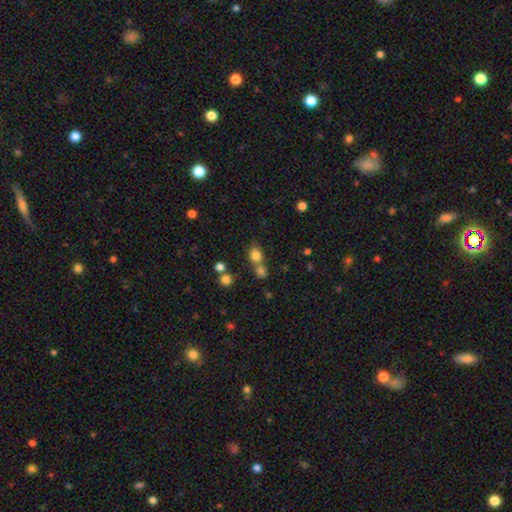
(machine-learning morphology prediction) type=smooth (79%); roundness=round (71%); merging=none (51%).